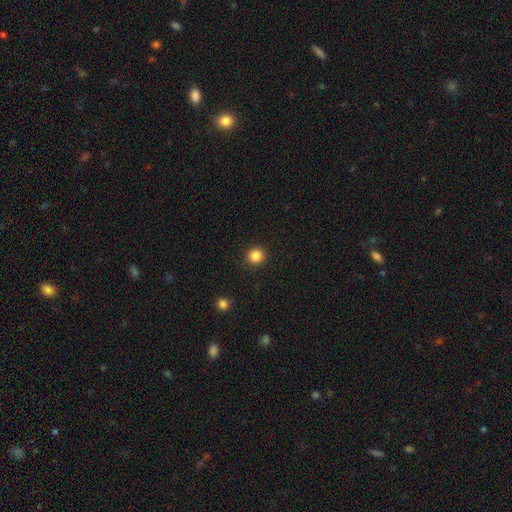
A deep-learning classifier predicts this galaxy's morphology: This appears to be a smooth galaxy with no disk features (85%) that is round (91%). Merging: none (90%).